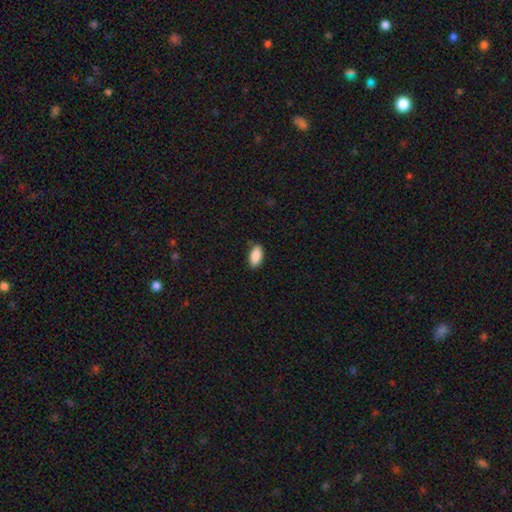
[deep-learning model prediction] Morphology: type=smooth (89%); roundness=in between (92%); merging=none (84%).